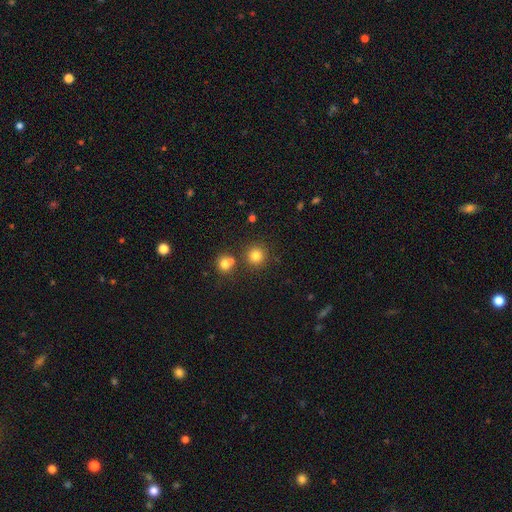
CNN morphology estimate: type=smooth (80%); roundness=round (93%); merging=none (79%).